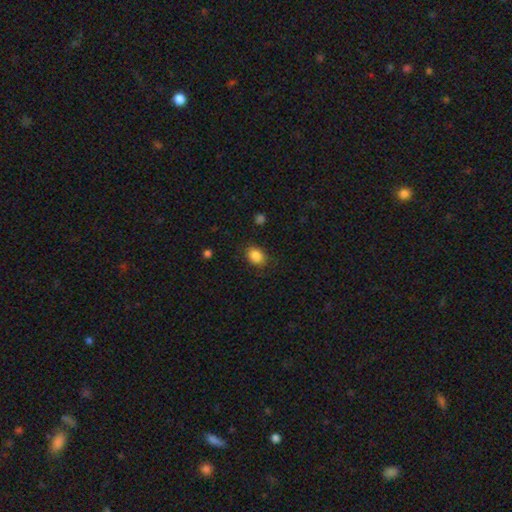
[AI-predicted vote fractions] smooth-or-featured: smooth: 86% | star or artifact: 9% | featured or disk: 5%
  how-rounded: in between: 66% | round: 33% | cigar-shaped: 1%
  merging: none: 84% | minor disturbance: 11% | major disturbance: 3% | merger: 1%